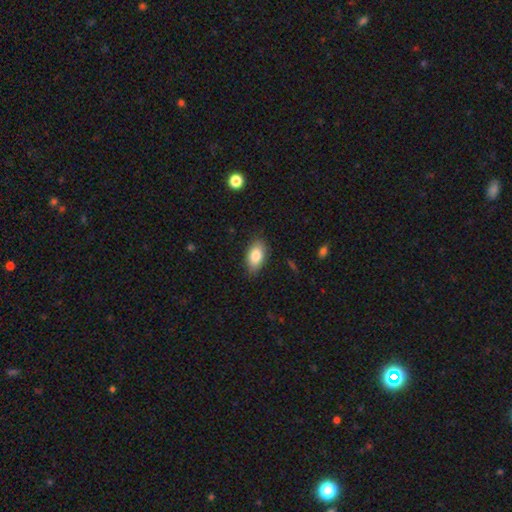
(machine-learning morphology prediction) Overall: smooth (83%). How rounded: in between (92%). Merging: none (85%).